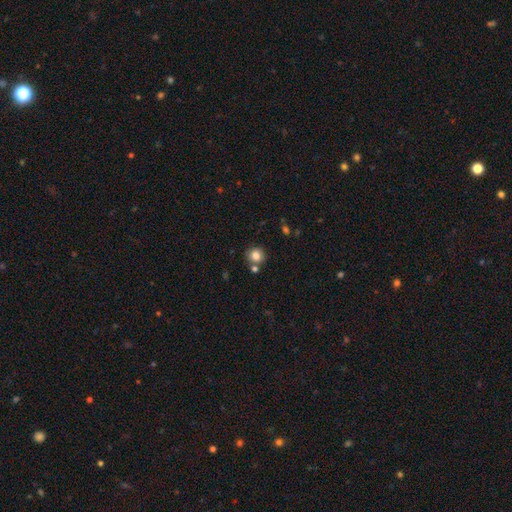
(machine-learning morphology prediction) This is clearly a smooth galaxy (81%). How rounded: clearly round (90%). Merging: likely none (74%).